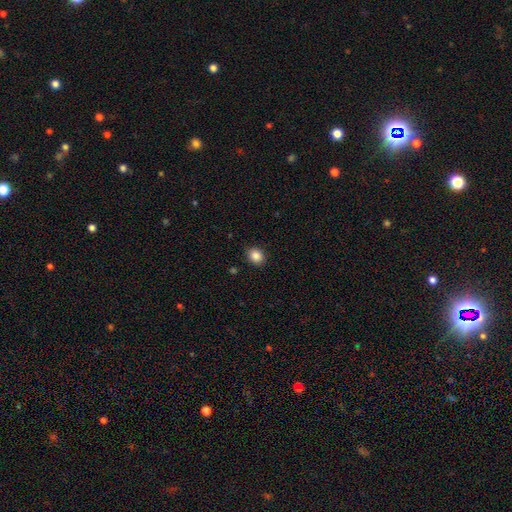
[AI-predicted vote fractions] A smooth galaxy with no disk features (87%) that is round (59%).

Vote fractions:
- Smooth or featured? smooth: 87% / star or artifact: 9% / featured or disk: 4%
- How rounded? round: 59% / in between: 40% / cigar-shaped: 1%
- Merging? none: 89% / minor disturbance: 8% / major disturbance: 2% / merger: 1%